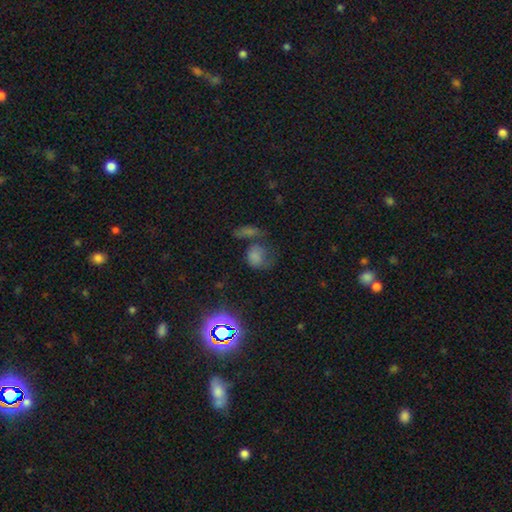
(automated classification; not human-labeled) Overall: smooth (64%). How rounded: round (59%; in between 38%). Merging: none (36%; merger 24%).